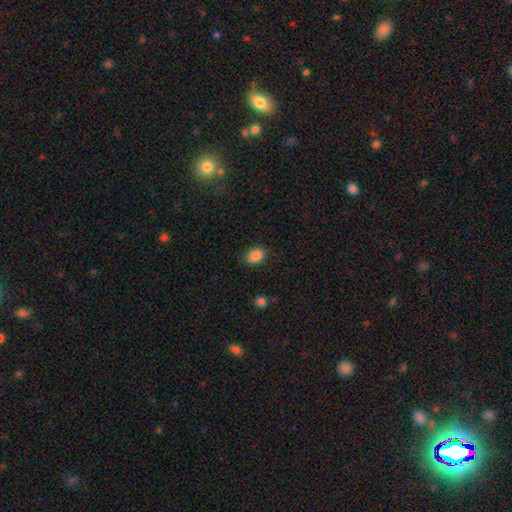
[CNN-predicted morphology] The model was most divided on "how rounded": in between: 64%, round: 35%, cigar-shaped: 1%. More confident: smooth or featured — smooth (86%); merging — none (83%).